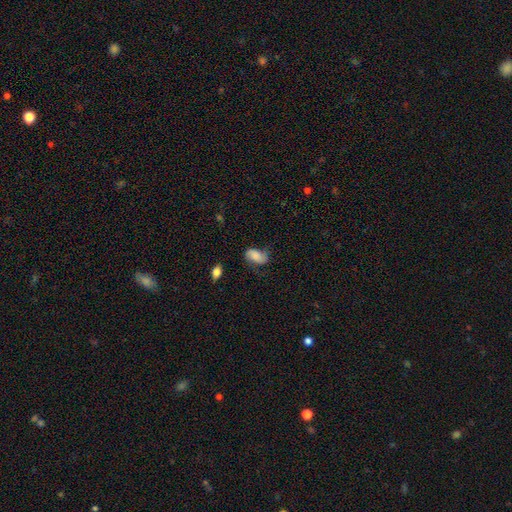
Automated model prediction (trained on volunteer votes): Smooth or featured: smooth — 62% (featured or disk — 28%)
How rounded: in between — 90% (round — 7%)
Merging: none — 57% (minor disturbance — 30%)